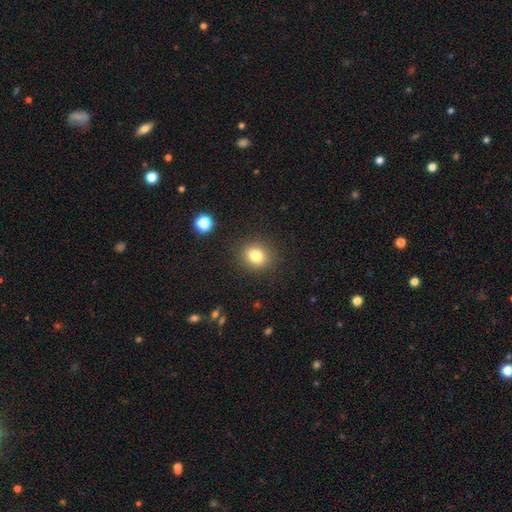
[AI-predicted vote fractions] smooth 80%, star or artifact 12%, featured or disk 8%. Down the decision tree: how rounded — round (70%); merging — none (87%).